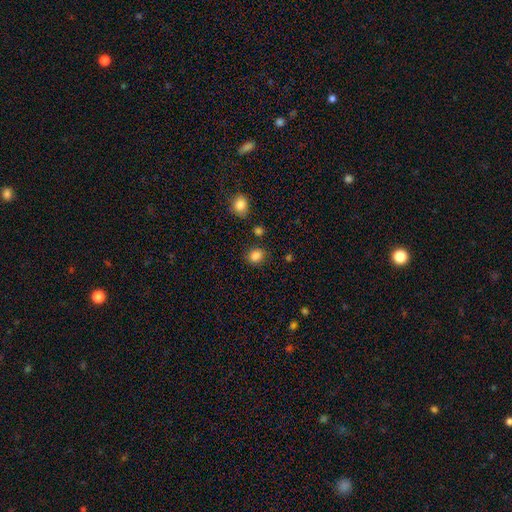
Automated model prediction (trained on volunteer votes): smooth-or-featured: smooth: 85% | star or artifact: 11% | featured or disk: 4%
  how-rounded: round: 67% | in between: 32% | cigar-shaped: 1%
  merging: none: 80% | minor disturbance: 12% | merger: 4% | major disturbance: 4%